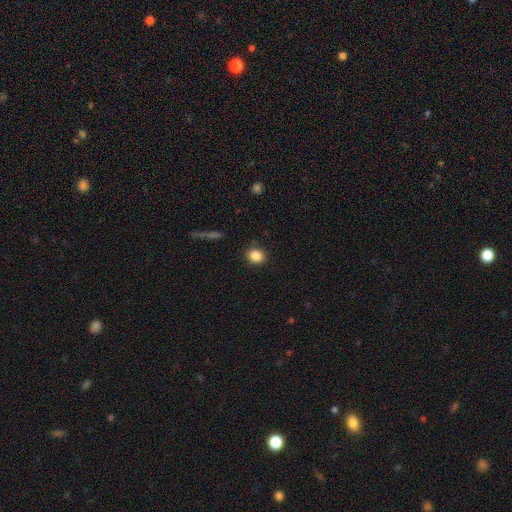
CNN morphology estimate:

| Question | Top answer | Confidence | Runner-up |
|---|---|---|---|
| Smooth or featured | smooth | 86% | star or artifact (9%) |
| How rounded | round | 74% | in between (25%) |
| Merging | none | 87% | minor disturbance (9%) |